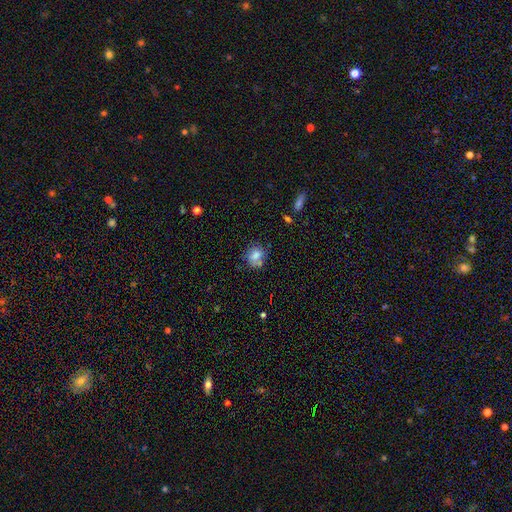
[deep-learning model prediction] A smooth galaxy with no disk features (75%) that is round (70%). Merging: none (59%).